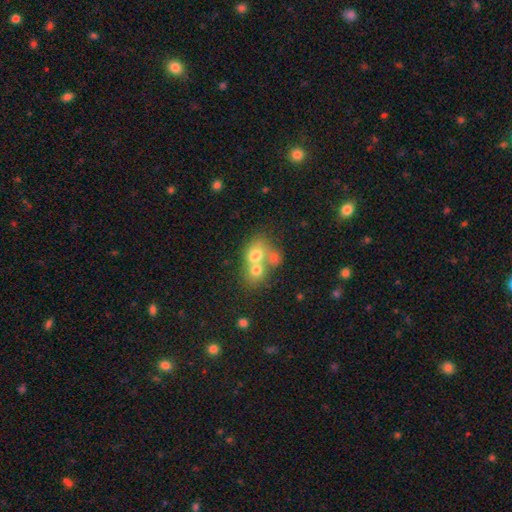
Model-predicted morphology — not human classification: Smooth or featured? Predicted: smooth (p=0.64). How rounded? Predicted: round (p=0.54). Merging? Predicted: merger (p=0.69).